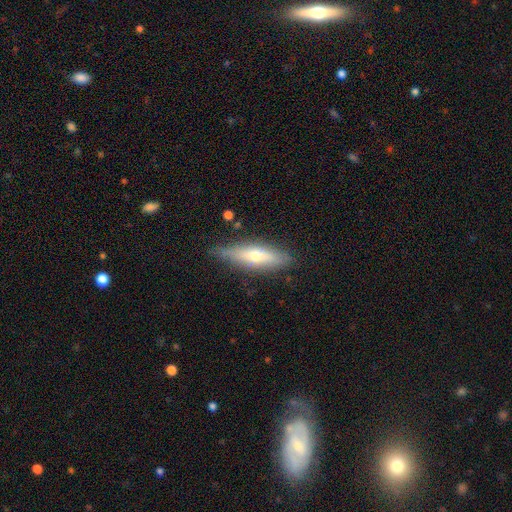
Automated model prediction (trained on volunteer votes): Smooth or featured: featured or disk — 48% (smooth — 45%)
Merging: none — 79% (minor disturbance — 16%)